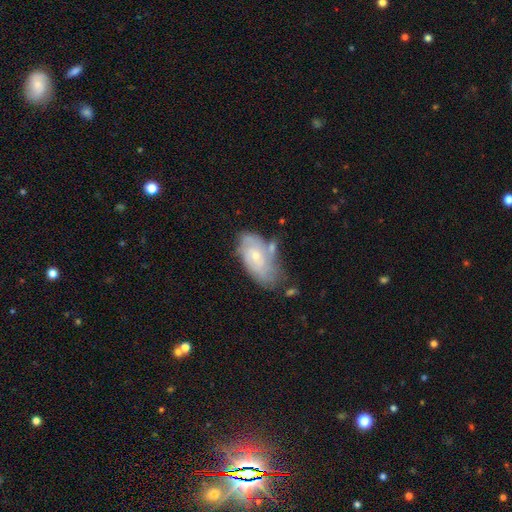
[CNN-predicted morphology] smooth-or-featured: featured or disk: 57% | smooth: 36% | star or artifact: 7%
  disk-edge-on: no: 93% | yes: 7%
    bar: no: 74% | weak: 22% | strong: 4%
    has-spiral-arms: yes: 72% | no: 28%
    bulge-size: small: 68% | moderate: 28% | none: 2% | large: 1% | dominant: 1%
  merging: none: 47% | minor disturbance: 28% | merger: 13% | major disturbance: 12%